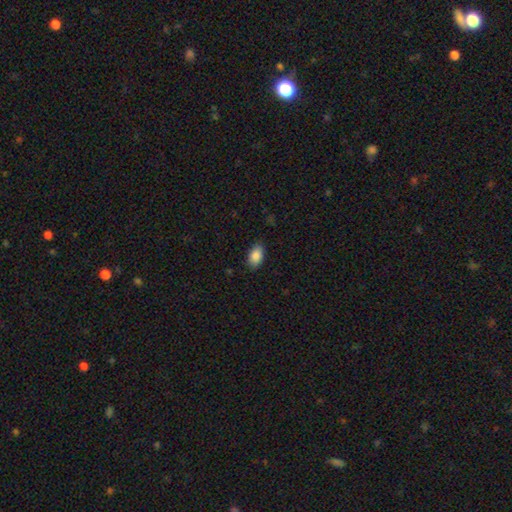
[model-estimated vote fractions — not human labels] smooth_or_featured: smooth (p=0.88) [alt: star or artifact p=0.07]
how_rounded: in between (p=0.91) [alt: round p=0.07]
merging: none (p=0.86) [alt: minor disturbance p=0.11]